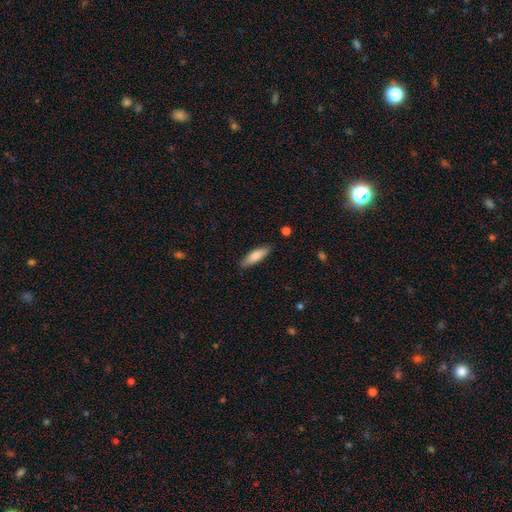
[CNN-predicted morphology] smooth_or_featured: smooth (p=0.79) [alt: featured or disk p=0.15]
how_rounded: cigar-shaped (p=0.51) [alt: in between p=0.47]
merging: none (p=0.86) [alt: minor disturbance p=0.11]